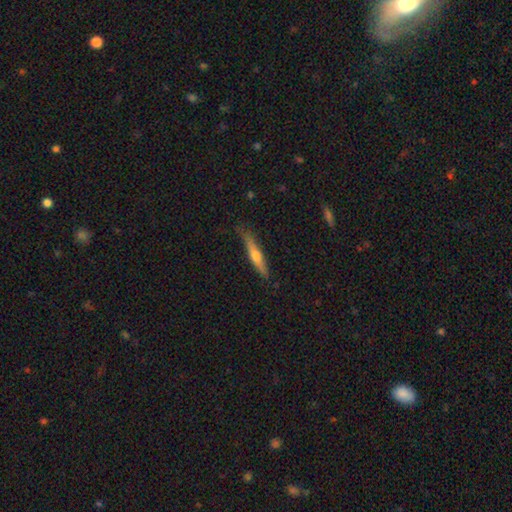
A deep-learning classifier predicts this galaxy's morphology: Smooth or featured: featured or disk — 50% (smooth — 44%)
Merging: none — 76% (minor disturbance — 19%)